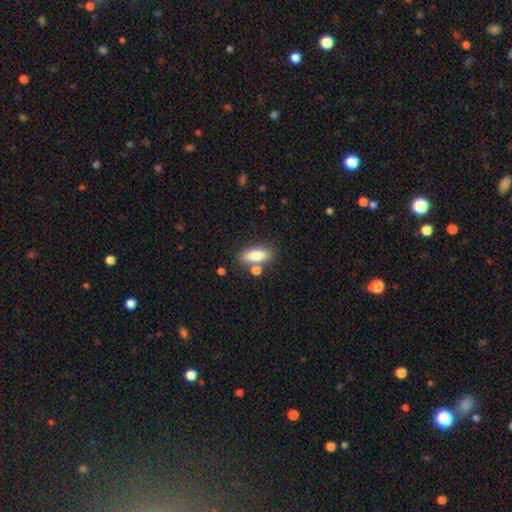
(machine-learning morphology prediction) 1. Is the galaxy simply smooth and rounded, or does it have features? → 82% smooth, 11% featured or disk, 7% star or artifact.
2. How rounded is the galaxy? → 78% in between, 18% cigar-shaped, 4% round.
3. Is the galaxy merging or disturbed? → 68% none, 16% merger, 12% minor disturbance, 4% major disturbance.